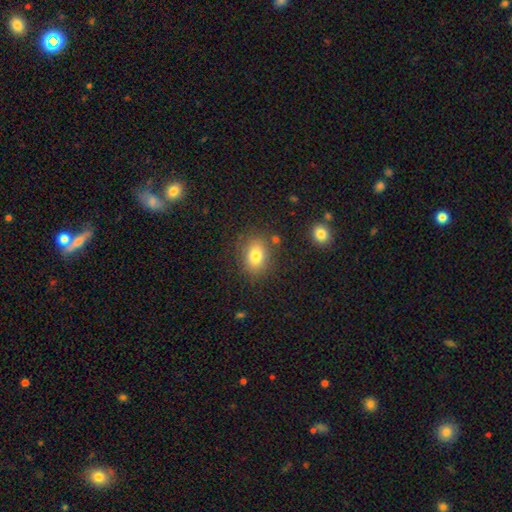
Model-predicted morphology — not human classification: This appears to be a smooth galaxy with no disk features (80%) that is in between round and cigar-shaped (70%). Merging: none (81%).